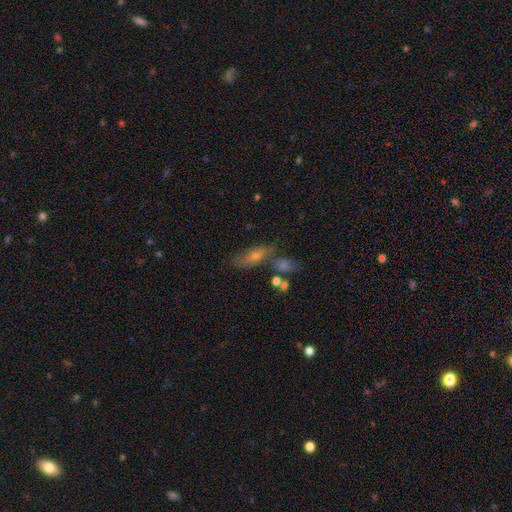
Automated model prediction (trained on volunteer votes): A smooth galaxy with no disk features (49%). Merging: none (53%).